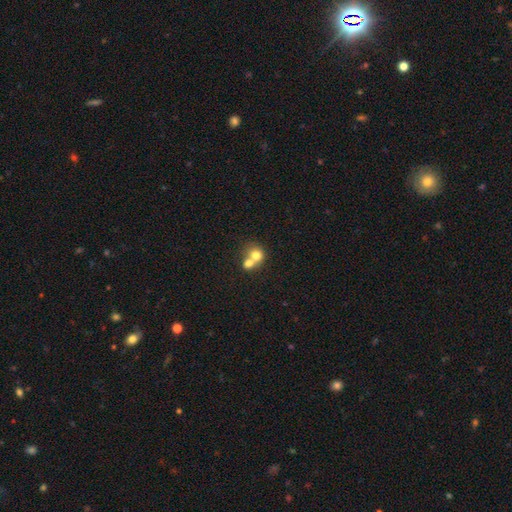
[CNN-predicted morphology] This appears to be a smooth galaxy with no disk features (73%) that is round (71%). Merging: merger (67%).